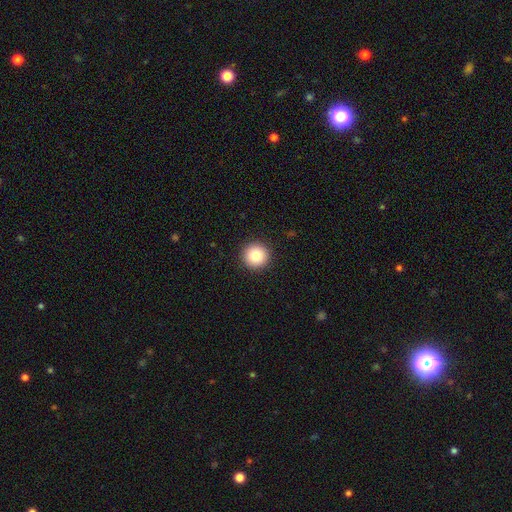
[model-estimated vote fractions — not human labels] Smooth or featured? smooth (83%)
How rounded? round (96%)
Merging? none (93%)